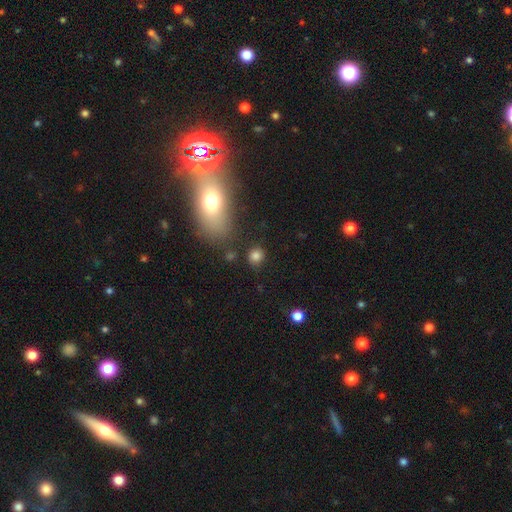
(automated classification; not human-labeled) Smooth or featured? Predicted: smooth (p=0.81). How rounded? Predicted: round (p=0.80). Merging? Predicted: none (p=0.80).